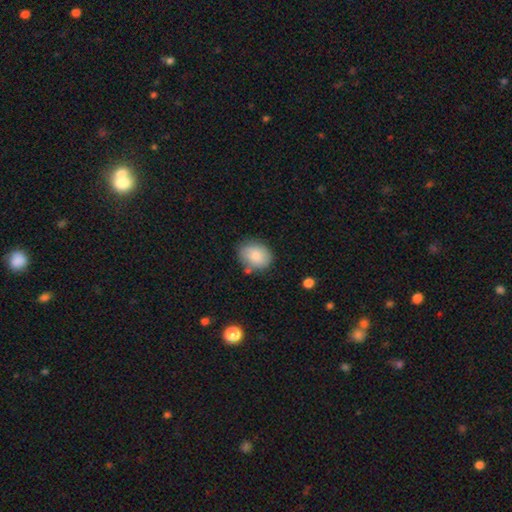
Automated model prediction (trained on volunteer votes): Smooth or featured?
  - smooth: 83% *
  - featured or disk: 10%
  - star or artifact: 7%
How rounded?
  - in between: 56% *
  - round: 43%
  - cigar-shaped: 1%
Merging?
  - none: 73% *
  - minor disturbance: 18%
  - merger: 5%
  - major disturbance: 4%